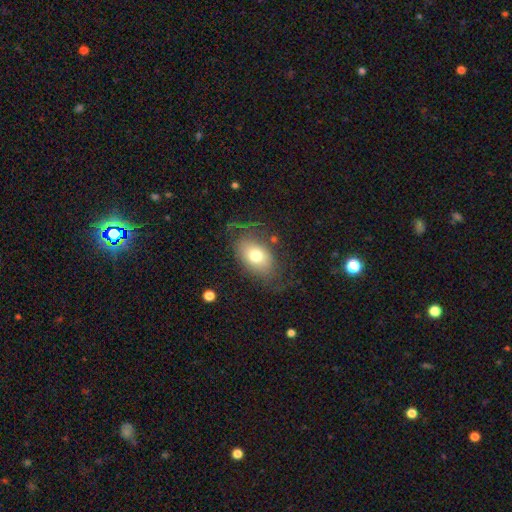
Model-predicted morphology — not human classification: Smooth or featured: smooth — 67% (featured or disk — 24%)
How rounded: in between — 83% (round — 15%)
Merging: none — 61% (minor disturbance — 21%)